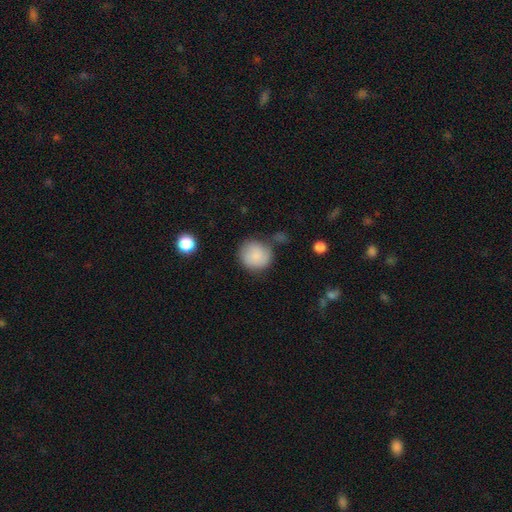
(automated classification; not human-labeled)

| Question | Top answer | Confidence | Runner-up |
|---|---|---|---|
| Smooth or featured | smooth | 85% | featured or disk (8%) |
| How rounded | round | 89% | in between (10%) |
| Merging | none | 66% | minor disturbance (18%) |